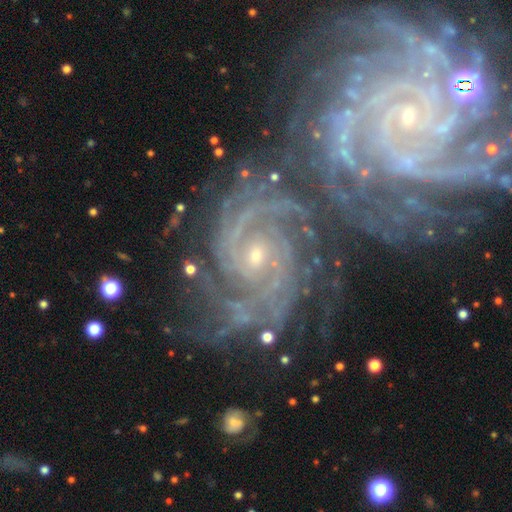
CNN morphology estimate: This appears to be a featured or disk galaxy (91%) with no bar (63%), 2 (24%) tight (68%) spiral arms (98%) and a small central bulge (76%). Merging: merger (43%).